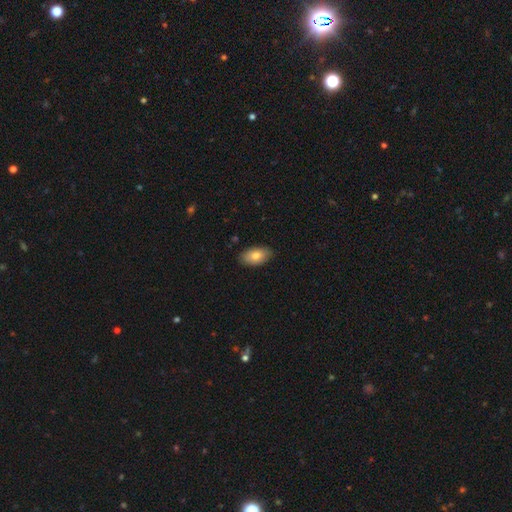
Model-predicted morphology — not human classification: smooth 80%, featured or disk 13%, star or artifact 7%. Down the decision tree: how rounded — in between (94%); merging — none (86%).